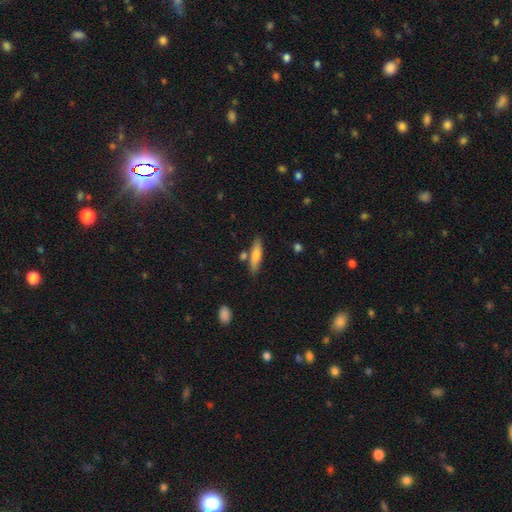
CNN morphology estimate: Smooth or featured? smooth (69%)
How rounded? cigar-shaped (73%)
Merging? none (76%)